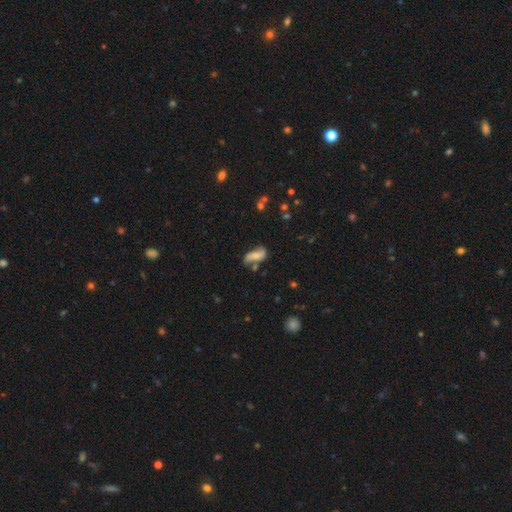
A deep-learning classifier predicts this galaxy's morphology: The model was most divided on "smooth or featured": featured or disk: 46%, smooth: 44%, star or artifact: 9%. More confident: merging — none (53%).